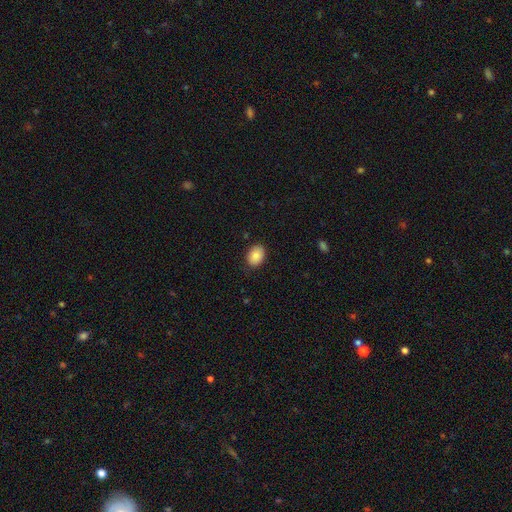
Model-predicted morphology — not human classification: smooth 88%, star or artifact 8%, featured or disk 5%. Down the decision tree: how rounded — in between (73%); merging — none (86%).